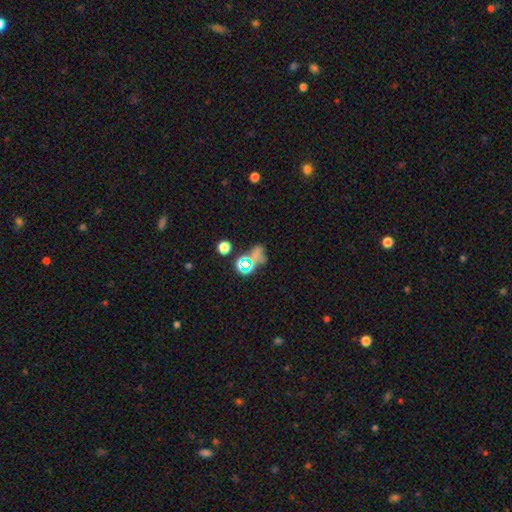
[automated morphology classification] Smooth or featured: smooth — 45% (star or artifact — 42%)
Merging: none — 44% (merger — 23%)